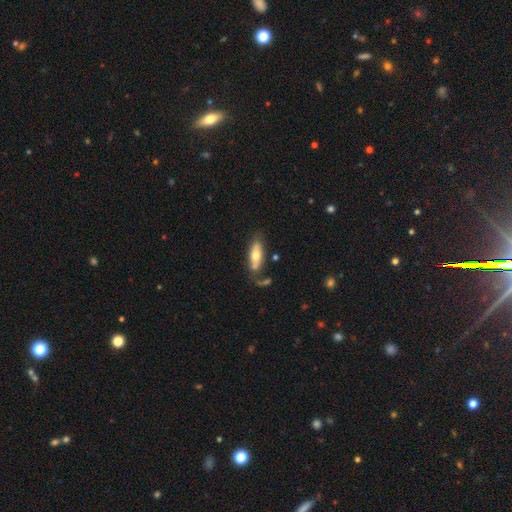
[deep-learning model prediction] This appears to be a smooth galaxy with no disk features (61%) that is in between round and cigar-shaped (69%). Merging: none (57%).